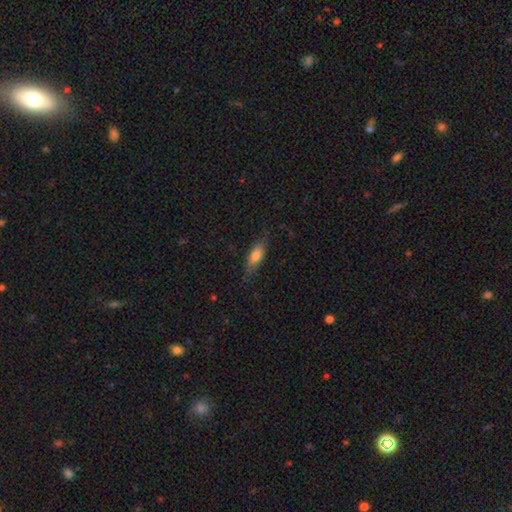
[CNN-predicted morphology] smooth_or_featured: smooth (p=0.72) [alt: featured or disk p=0.21]
how_rounded: in between (p=0.65) [alt: cigar-shaped p=0.32]
merging: none (p=0.76) [alt: minor disturbance p=0.18]